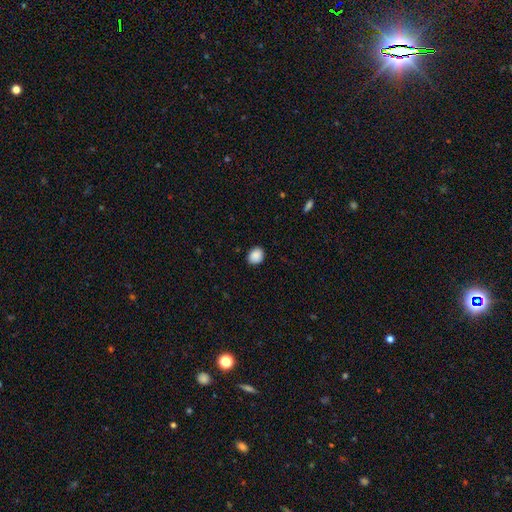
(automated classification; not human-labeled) Smooth or featured? Predicted: smooth (p=0.89). How rounded? Predicted: round (p=0.64). Merging? Predicted: none (p=0.88).